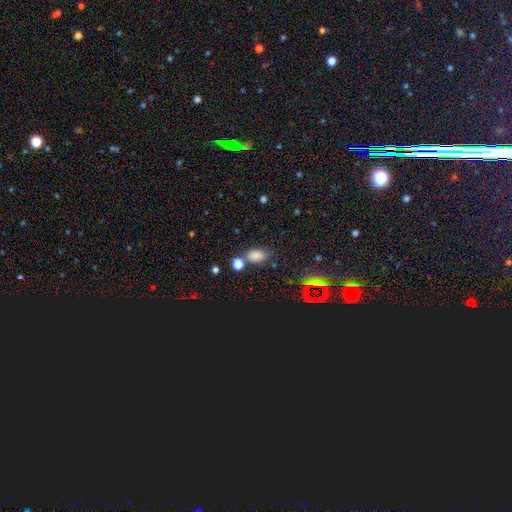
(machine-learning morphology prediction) Smooth or featured: smooth — 75% (star or artifact — 19%)
How rounded: in between — 83% (round — 15%)
Merging: none — 63% (merger — 16%)